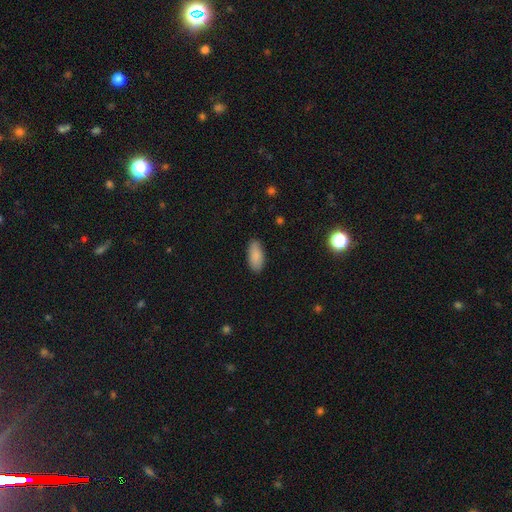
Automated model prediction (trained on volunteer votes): Overall: smooth (87%). How rounded: in between (90%). Merging: none (85%).